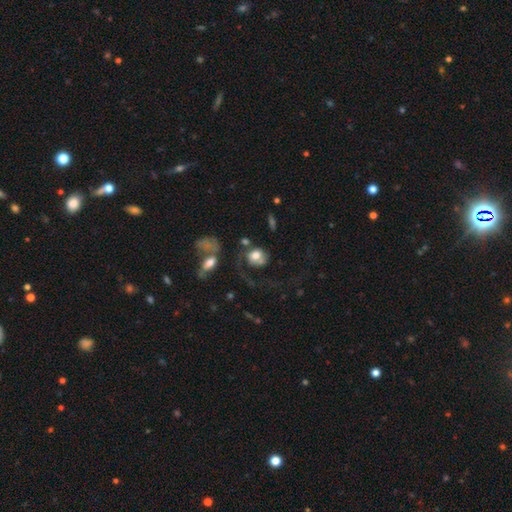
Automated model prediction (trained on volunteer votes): Q: Smooth or featured?
A: smooth (59%); runner-up: featured or disk (32%)
Q: How rounded?
A: round (62%); runner-up: in between (37%)
Q: Merging?
A: major disturbance (43%); runner-up: none (29%)